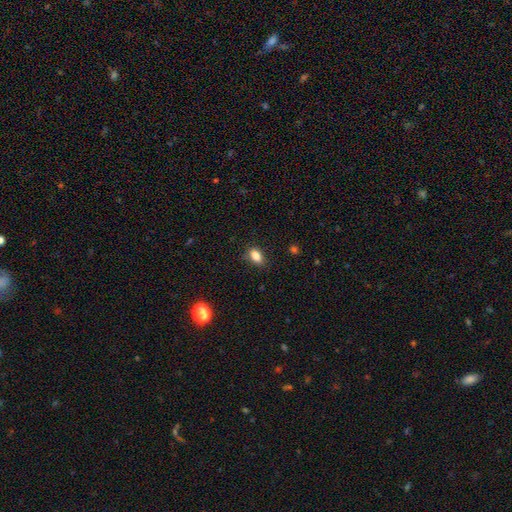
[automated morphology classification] This is clearly a smooth galaxy (84%). How rounded: clearly in between (85%). Merging: clearly none (81%).